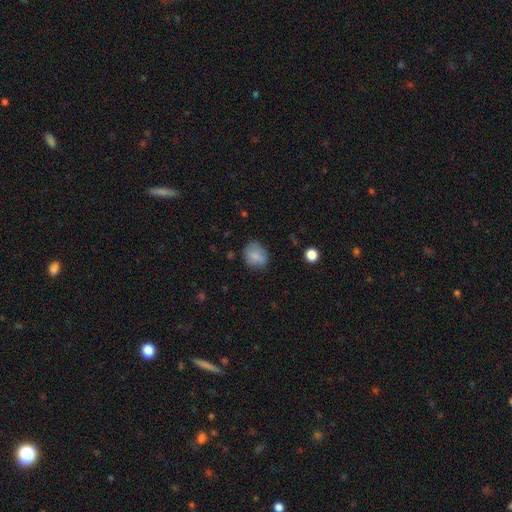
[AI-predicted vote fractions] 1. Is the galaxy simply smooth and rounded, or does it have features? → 80% smooth, 10% featured or disk, 9% star or artifact.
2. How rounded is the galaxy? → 56% round, 43% in between, 1% cigar-shaped.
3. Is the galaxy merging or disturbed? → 67% none, 24% minor disturbance, 7% major disturbance, 2% merger.